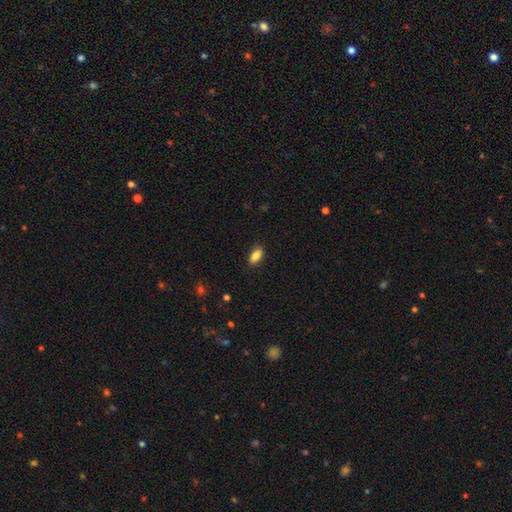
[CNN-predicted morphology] This is clearly a smooth galaxy (86%). How rounded: clearly in between (88%). Merging: clearly none (85%).